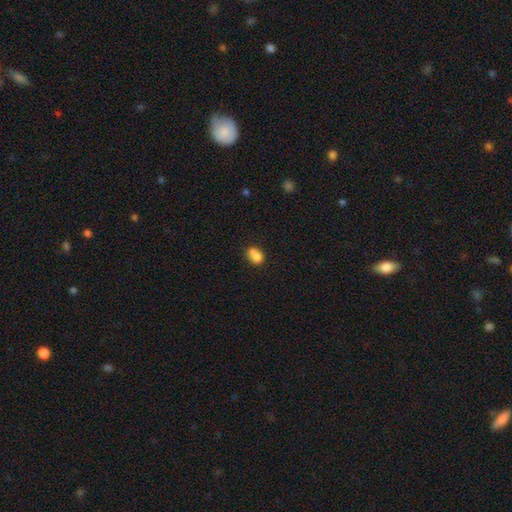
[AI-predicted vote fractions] Smooth or featured?
  - smooth: 80% *
  - featured or disk: 10%
  - star or artifact: 10%
How rounded?
  - in between: 74% *
  - round: 24%
  - cigar-shaped: 2%
Merging?
  - none: 49% *
  - minor disturbance: 23%
  - merger: 22%
  - major disturbance: 6%